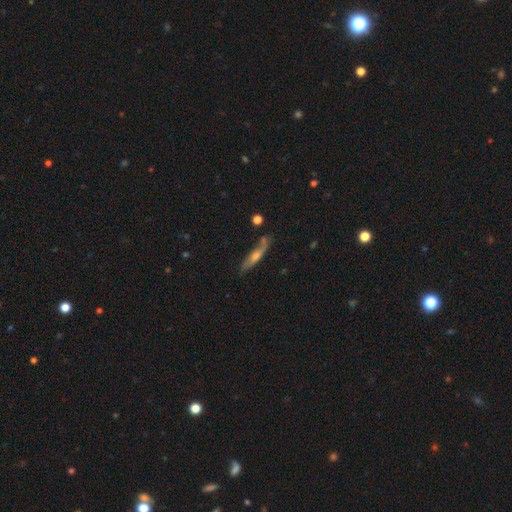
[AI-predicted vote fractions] Morphology: type=featured or disk (61%); edge-on=yes (82%); merging=none (72%).